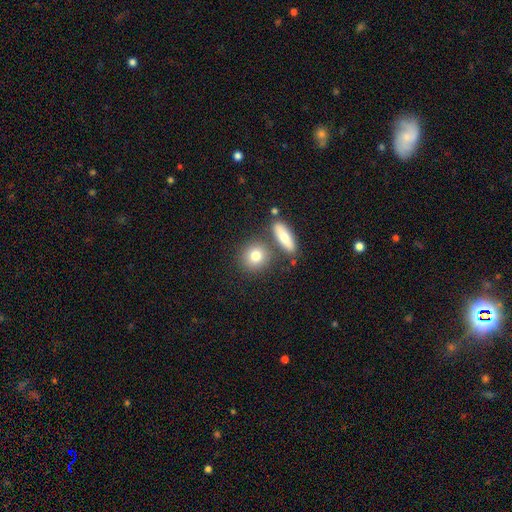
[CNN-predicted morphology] smooth_or_featured: smooth (p=0.79) [alt: featured or disk p=0.13]
how_rounded: round (p=0.74) [alt: in between p=0.22]
merging: none (p=0.70) [alt: merger p=0.18]